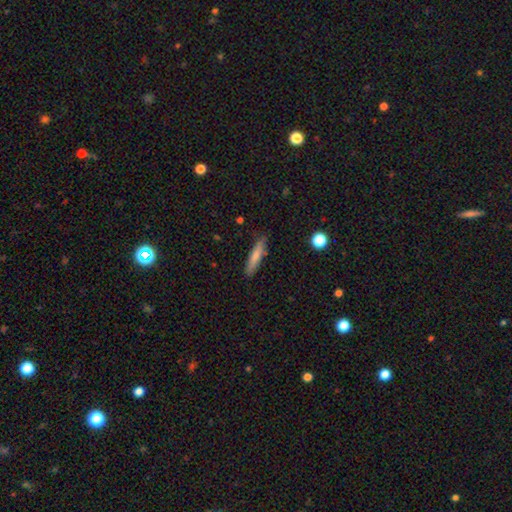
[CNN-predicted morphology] Smooth or featured: smooth — 75% (featured or disk — 18%)
How rounded: cigar-shaped — 86% (in between — 12%)
Merging: none — 85% (minor disturbance — 12%)